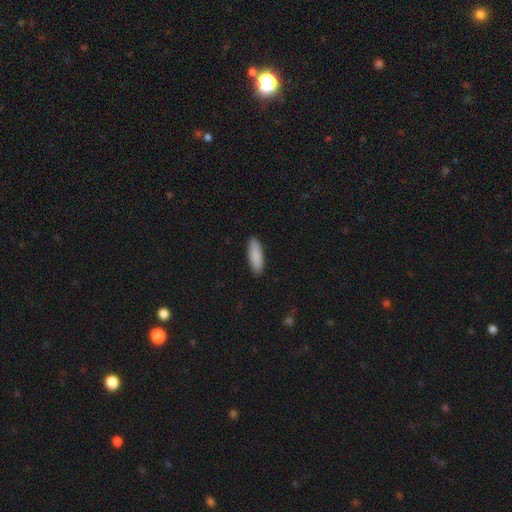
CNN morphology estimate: This is clearly a smooth galaxy (89%). How rounded: possibly cigar-shaped (50%). Merging: clearly none (90%).